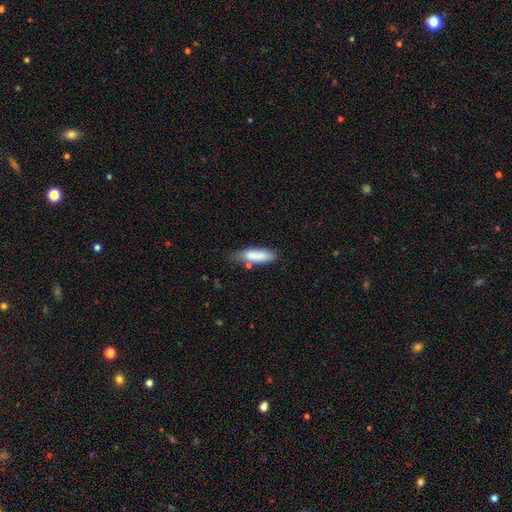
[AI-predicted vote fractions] smooth-or-featured: smooth: 82% | featured or disk: 11% | star or artifact: 6%
  how-rounded: cigar-shaped: 51% | in between: 47% | round: 2%
  merging: none: 59% | minor disturbance: 27% | merger: 8% | major disturbance: 6%